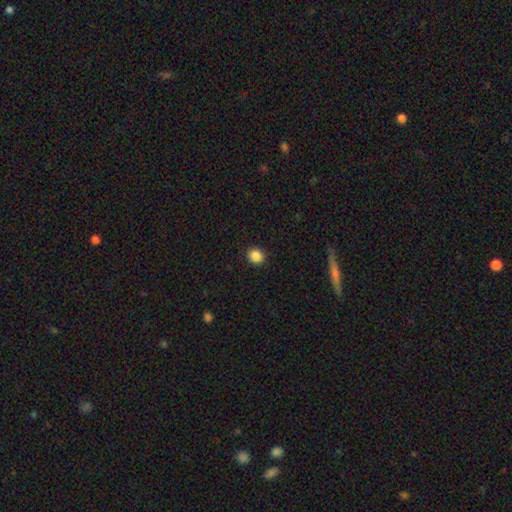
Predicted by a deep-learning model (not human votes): smooth 87%, star or artifact 10%, featured or disk 3%. Down the decision tree: how rounded — round (83%); merging — none (91%).